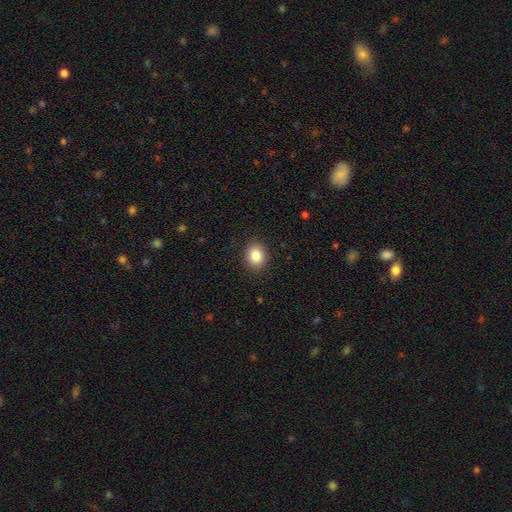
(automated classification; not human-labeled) smooth_or_featured: smooth (p=0.85) [alt: star or artifact p=0.09]
how_rounded: round (p=0.56) [alt: in between p=0.43]
merging: none (p=0.90) [alt: minor disturbance p=0.07]